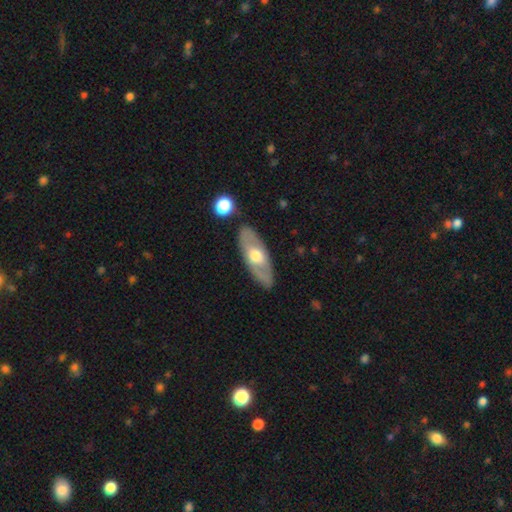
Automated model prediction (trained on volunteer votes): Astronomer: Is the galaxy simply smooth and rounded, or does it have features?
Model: featured or disk — 53% (runner-up: smooth, 42%).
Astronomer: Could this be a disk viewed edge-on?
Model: no — 72%.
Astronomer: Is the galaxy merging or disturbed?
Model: none — 84%.